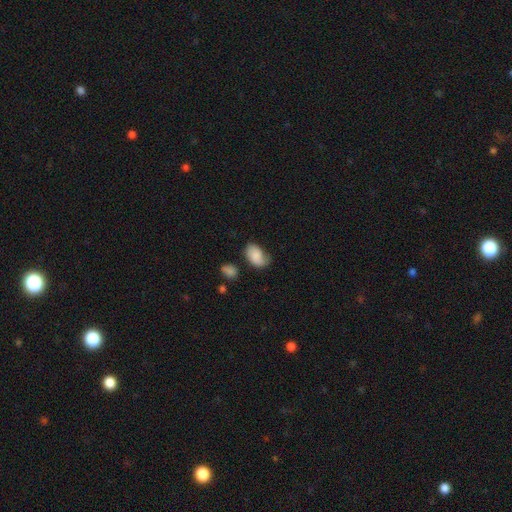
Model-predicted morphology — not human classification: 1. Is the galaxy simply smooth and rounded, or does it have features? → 76% smooth, 16% featured or disk, 8% star or artifact.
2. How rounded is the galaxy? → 89% in between, 10% round, 1% cigar-shaped.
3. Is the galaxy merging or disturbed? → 47% none, 35% minor disturbance, 14% major disturbance, 5% merger.